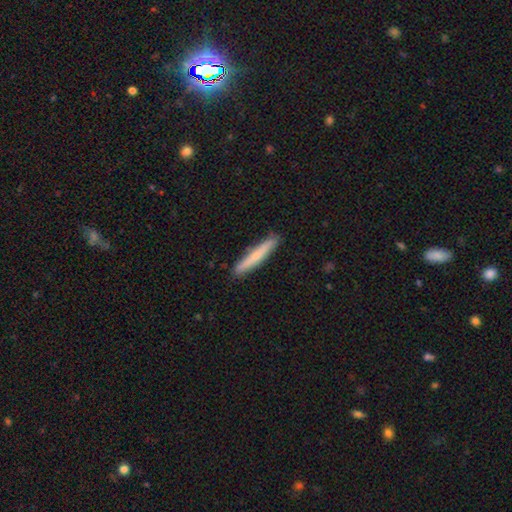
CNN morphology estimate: Q: Smooth or featured?
A: smooth (64%); runner-up: featured or disk (30%)
Q: How rounded?
A: cigar-shaped (94%); runner-up: in between (5%)
Q: Merging?
A: none (89%); runner-up: minor disturbance (8%)